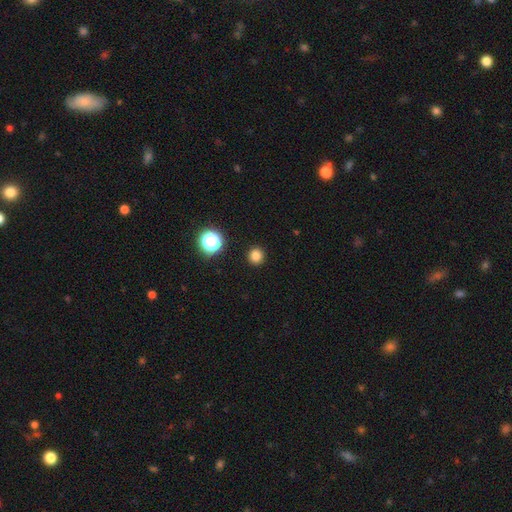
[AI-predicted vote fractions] Smooth or featured?
  - smooth: 81% *
  - star or artifact: 15%
  - featured or disk: 4%
How rounded?
  - round: 94% *
  - in between: 5%
  - cigar-shaped: 1%
Merging?
  - none: 93% *
  - minor disturbance: 4%
  - major disturbance: 2%
  - merger: 1%